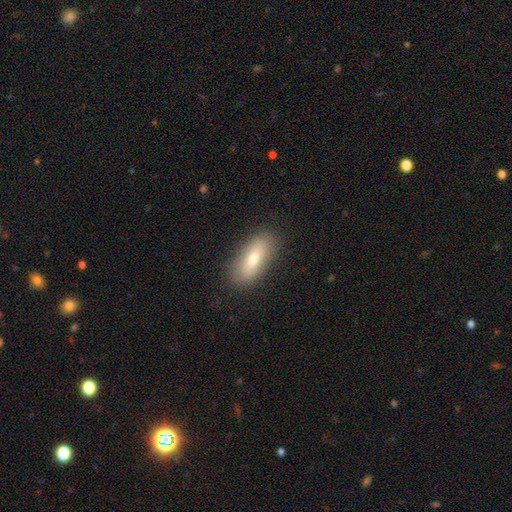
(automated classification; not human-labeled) Morphology: type=smooth (72%); roundness=in between (74%); merging=none (87%).